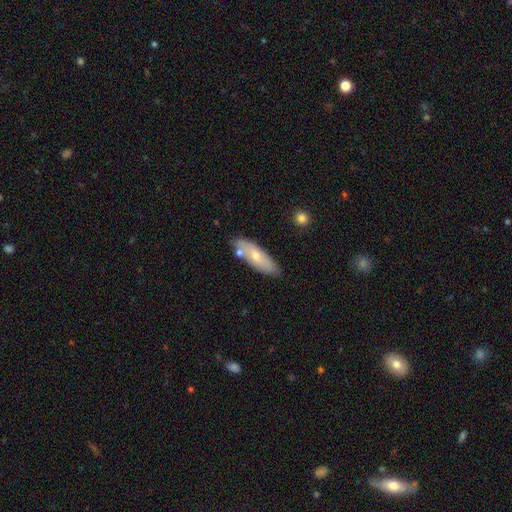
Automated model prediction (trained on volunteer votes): smooth-or-featured: smooth: 61% | featured or disk: 33% | star or artifact: 6%
  how-rounded: in between: 60% | cigar-shaped: 37% | round: 2%
  merging: none: 74% | minor disturbance: 15% | merger: 8% | major disturbance: 3%